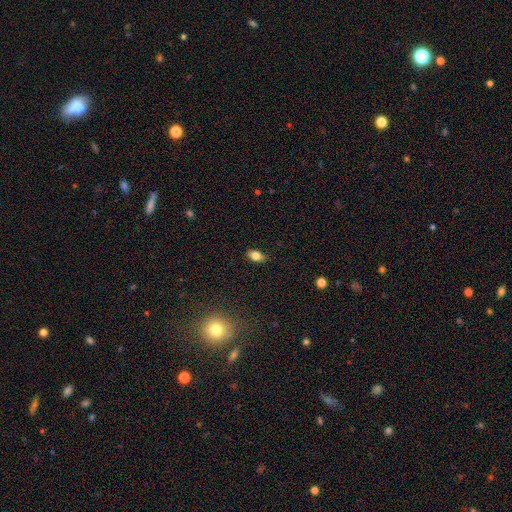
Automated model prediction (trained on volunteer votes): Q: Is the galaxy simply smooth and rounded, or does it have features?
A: smooth — 79%.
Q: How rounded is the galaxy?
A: in between — 87%.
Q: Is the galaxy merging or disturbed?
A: none — 85%.